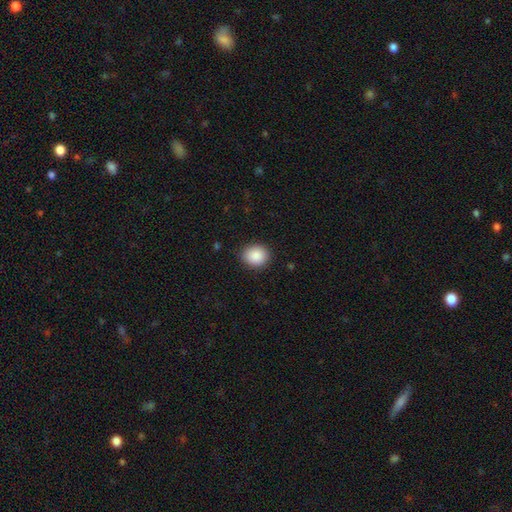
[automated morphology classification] smooth_or_featured: smooth (p=0.89) [alt: star or artifact p=0.08]
how_rounded: round (p=0.73) [alt: in between p=0.26]
merging: none (p=0.88) [alt: minor disturbance p=0.09]